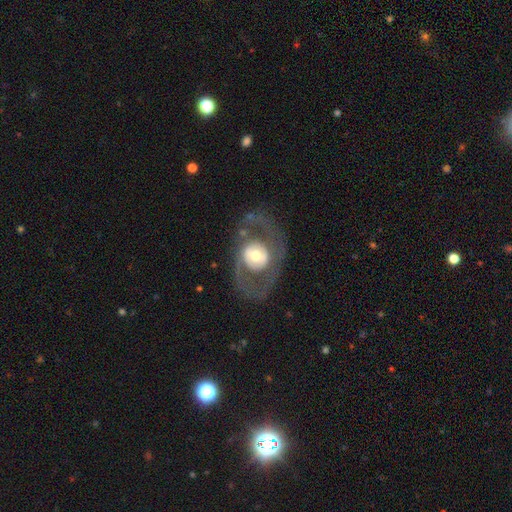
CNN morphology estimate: A featured or disk galaxy (68%) with no bar (76%), no spiral arms (60%) and a moderate central bulge (60%). Merging: none (69%).